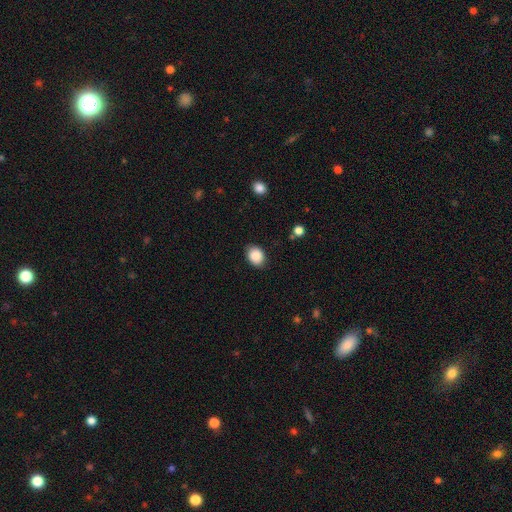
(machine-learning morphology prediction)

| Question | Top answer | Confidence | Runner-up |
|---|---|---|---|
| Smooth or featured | smooth | 89% | star or artifact (8%) |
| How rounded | in between | 60% | round (40%) |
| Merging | none | 83% | minor disturbance (13%) |